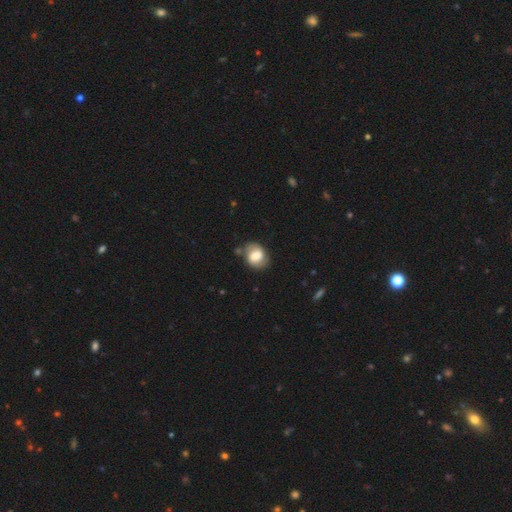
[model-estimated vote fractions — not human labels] smooth_or_featured: smooth (p=0.55) [alt: featured or disk p=0.37]
how_rounded: in between (p=0.54) [alt: round p=0.44]
merging: none (p=0.67) [alt: minor disturbance p=0.21]